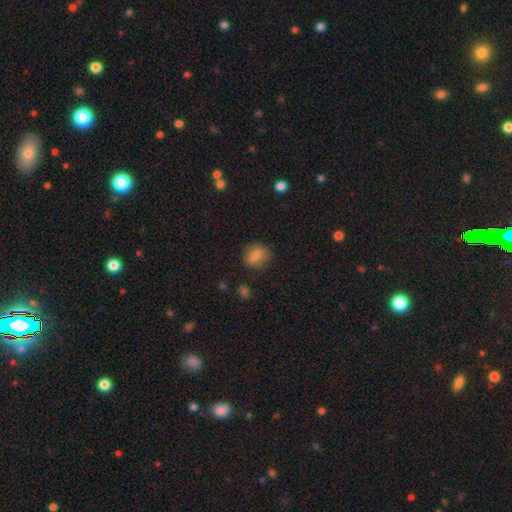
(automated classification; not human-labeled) A smooth galaxy with no disk features (79%) that is round (71%).

Vote fractions:
- Smooth or featured? smooth: 79% / featured or disk: 11% / star or artifact: 9%
- How rounded? round: 71% / in between: 28% / cigar-shaped: 1%
- Merging? none: 80% / minor disturbance: 14% / major disturbance: 4% / merger: 2%